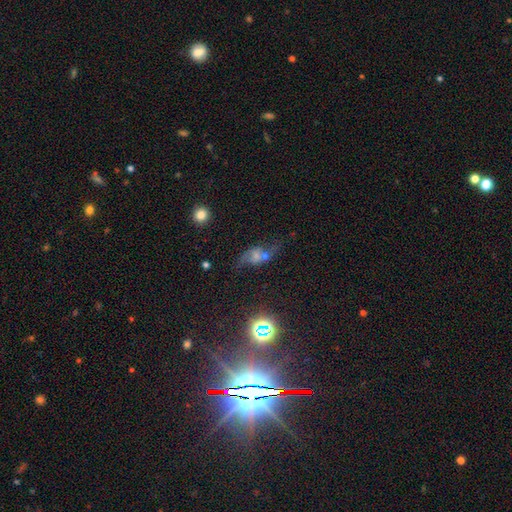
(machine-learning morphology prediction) A featured or disk galaxy (46%).

Vote fractions:
- Smooth or featured? featured or disk: 46% / star or artifact: 32% / smooth: 22%
- Merging? none: 47% / major disturbance: 19% / minor disturbance: 18% / merger: 16%